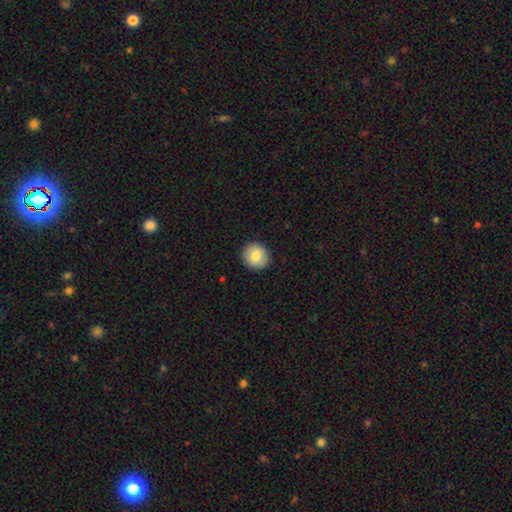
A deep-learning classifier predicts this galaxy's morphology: smooth_or_featured: smooth (p=0.79) [alt: featured or disk p=0.13]
how_rounded: round (p=0.89) [alt: in between p=0.10]
merging: none (p=0.91) [alt: minor disturbance p=0.07]